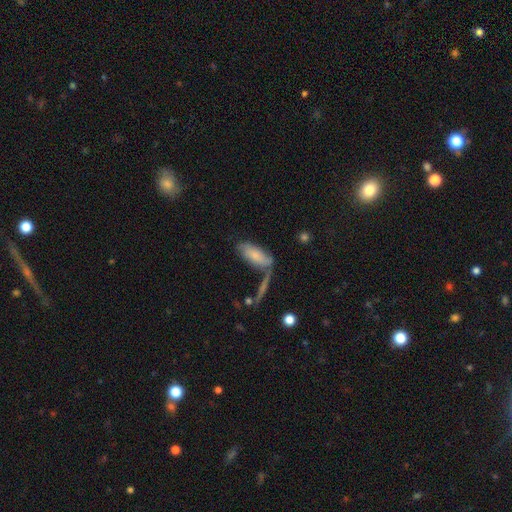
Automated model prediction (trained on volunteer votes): This is likely a smooth galaxy (70%). How rounded: likely in between (77%). Merging: possibly none (52%).